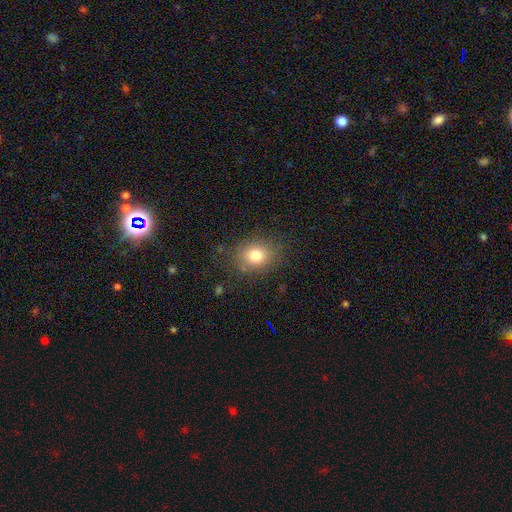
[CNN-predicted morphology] smooth-or-featured: smooth: 78% | star or artifact: 12% | featured or disk: 10%
  how-rounded: round: 56% | in between: 43% | cigar-shaped: 1%
  merging: none: 79% | minor disturbance: 14% | major disturbance: 5% | merger: 2%